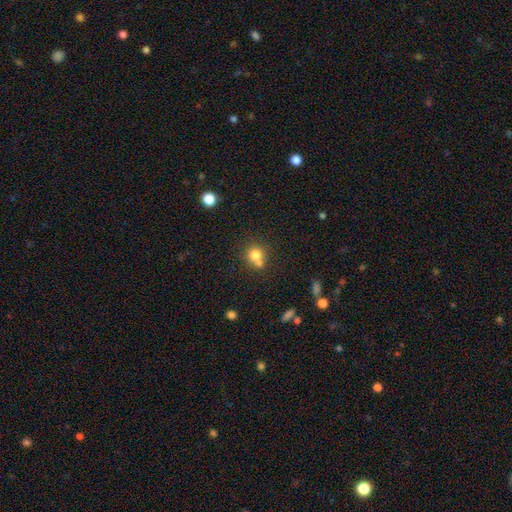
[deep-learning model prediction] Smooth or featured: smooth — 77% (star or artifact — 12%)
How rounded: round — 86% (in between — 13%)
Merging: none — 52% (merger — 35%)